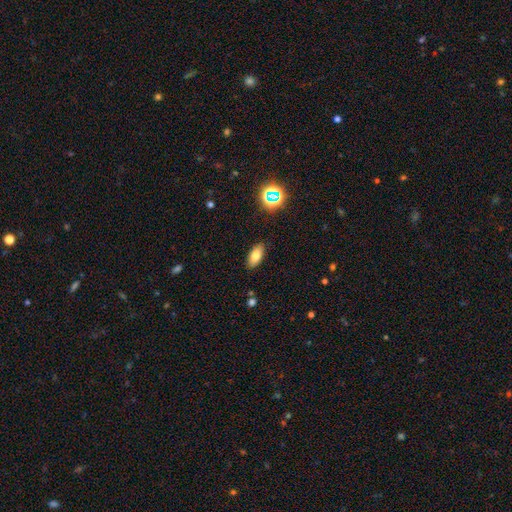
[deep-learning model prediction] Smooth or featured? Predicted: smooth (p=0.75). How rounded? Predicted: in between (p=0.87). Merging? Predicted: none (p=0.87).